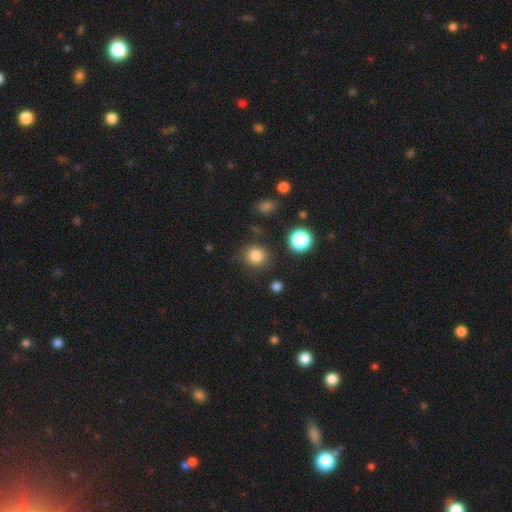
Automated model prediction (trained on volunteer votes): smooth_or_featured: smooth (p=0.82) [alt: star or artifact p=0.13]
how_rounded: round (p=0.87) [alt: in between p=0.13]
merging: none (p=0.82) [alt: minor disturbance p=0.10]